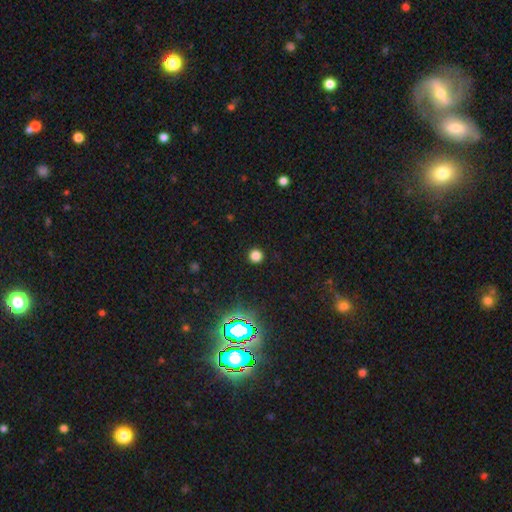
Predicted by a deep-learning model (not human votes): smooth-or-featured: smooth: 79% | star or artifact: 17% | featured or disk: 4%
  how-rounded: round: 95% | in between: 4% | cigar-shaped: 1%
  merging: none: 92% | minor disturbance: 4% | major disturbance: 2% | merger: 1%